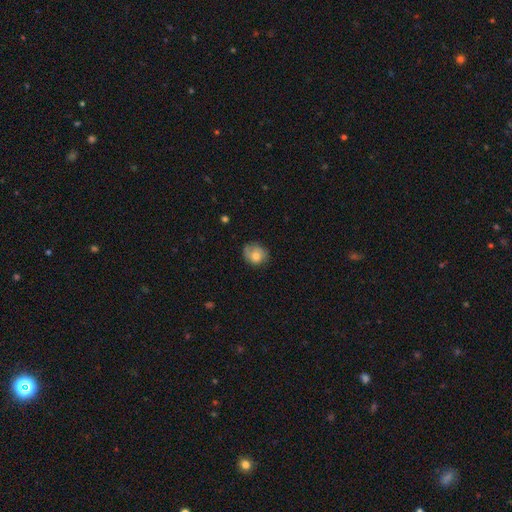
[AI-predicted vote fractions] The model was most divided on "merging": none: 64%, minor disturbance: 27%, major disturbance: 8%, merger: 2%. More confident: how rounded — round (71%); smooth or featured — smooth (69%).